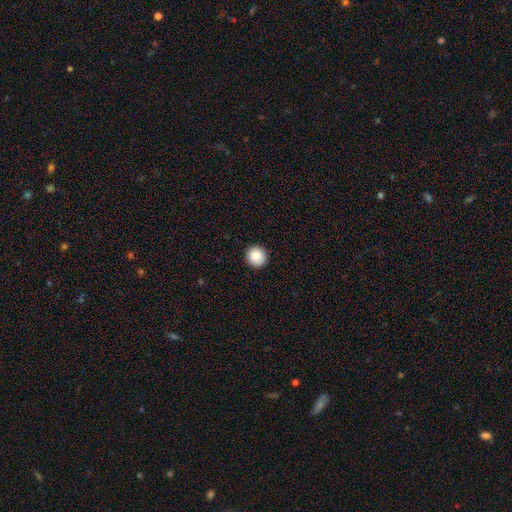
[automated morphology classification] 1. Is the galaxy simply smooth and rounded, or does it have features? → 84% smooth, 8% star or artifact, 7% featured or disk.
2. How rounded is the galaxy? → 94% round, 5% in between, 1% cigar-shaped.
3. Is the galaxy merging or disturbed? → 93% none, 5% minor disturbance, 1% major disturbance, 1% merger.